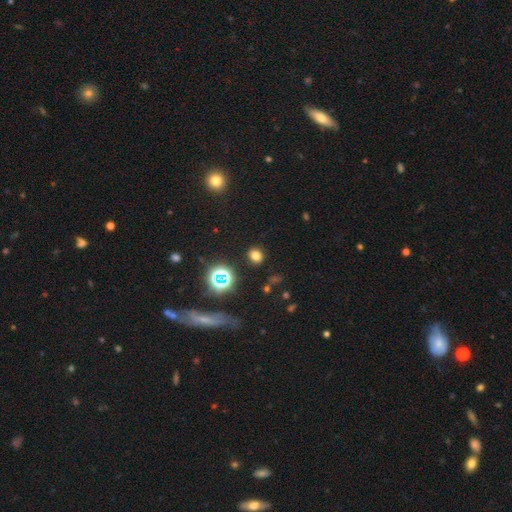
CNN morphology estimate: smooth-or-featured: smooth: 70% | star or artifact: 23% | featured or disk: 7%
  how-rounded: round: 60% | in between: 39% | cigar-shaped: 1%
  merging: none: 87% | minor disturbance: 8% | major disturbance: 3% | merger: 2%